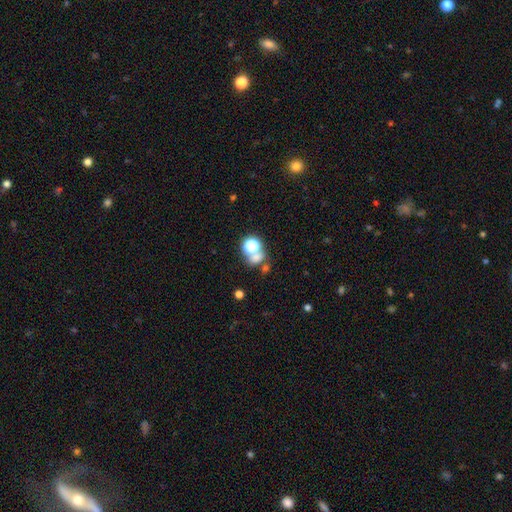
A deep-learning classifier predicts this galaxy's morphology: Smooth or featured? smooth (56%)
How rounded? round (69%)
Merging? none (50%)